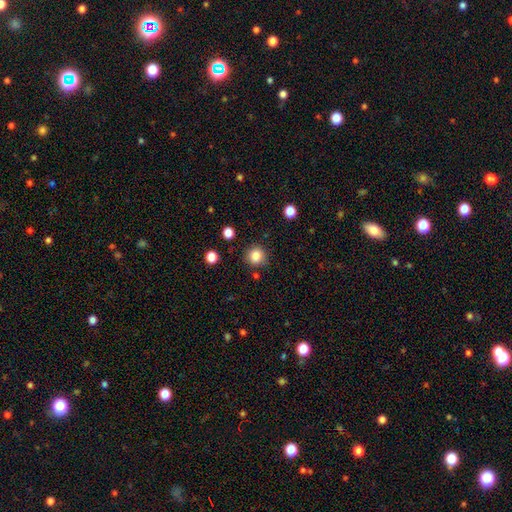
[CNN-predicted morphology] Q: Smooth or featured?
A: smooth (85%); runner-up: star or artifact (11%)
Q: How rounded?
A: round (89%); runner-up: in between (10%)
Q: Merging?
A: none (83%); runner-up: minor disturbance (11%)